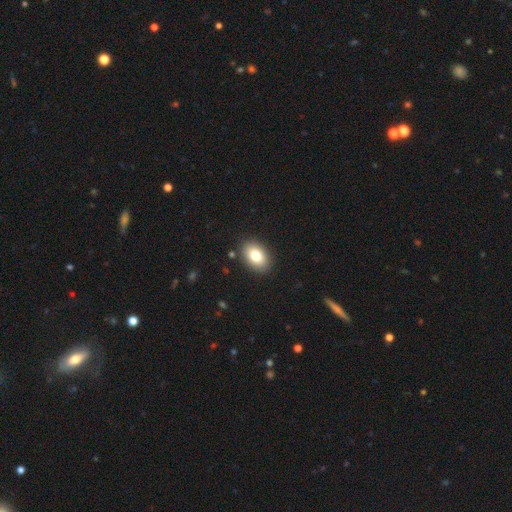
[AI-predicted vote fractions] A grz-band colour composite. It shows a smooth galaxy with no disk features (81%) that is in between round and cigar-shaped (86%). Merging: none (88%).